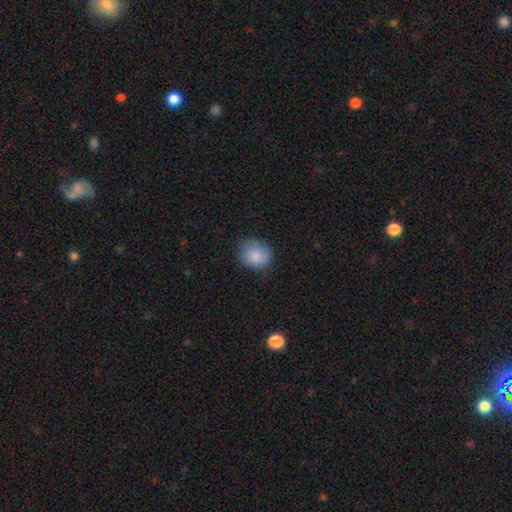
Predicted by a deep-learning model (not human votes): This is clearly a smooth galaxy (85%). How rounded: likely round (68%). Merging: likely none (69%).